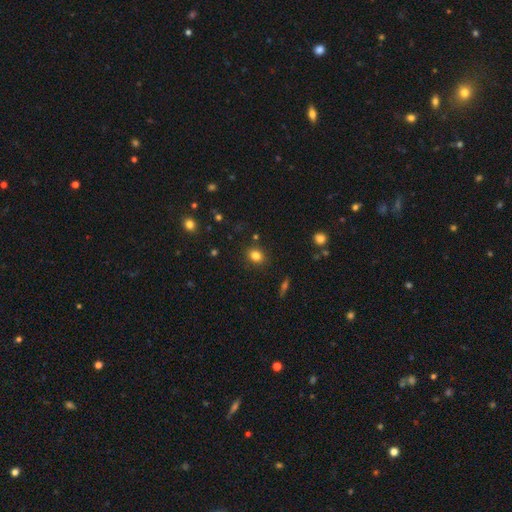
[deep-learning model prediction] Q: Smooth or featured?
A: smooth (81%); runner-up: star or artifact (12%)
Q: How rounded?
A: round (60%); runner-up: in between (39%)
Q: Merging?
A: none (87%); runner-up: minor disturbance (9%)